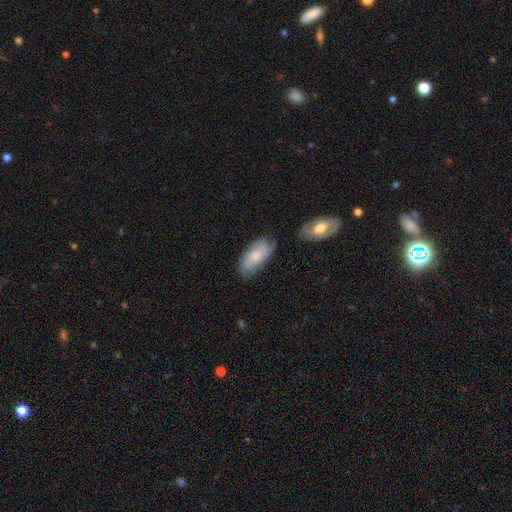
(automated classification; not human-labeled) The model was most divided on "smooth or featured": smooth: 67%, featured or disk: 27%, star or artifact: 6%. More confident: how rounded — in between (89%); merging — none (67%).